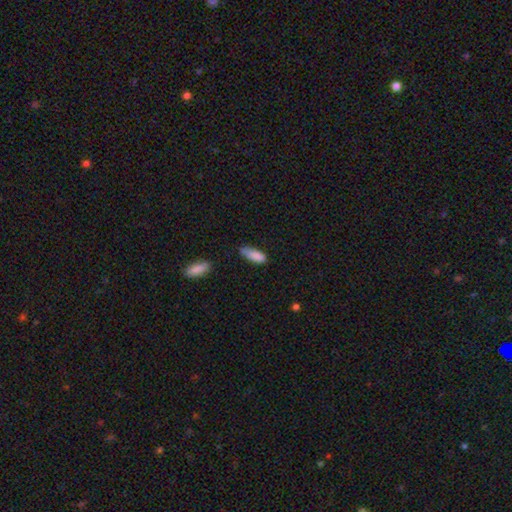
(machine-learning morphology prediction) A smooth galaxy with no disk features (85%) that is in between round and cigar-shaped (66%). Merging: none (51%).